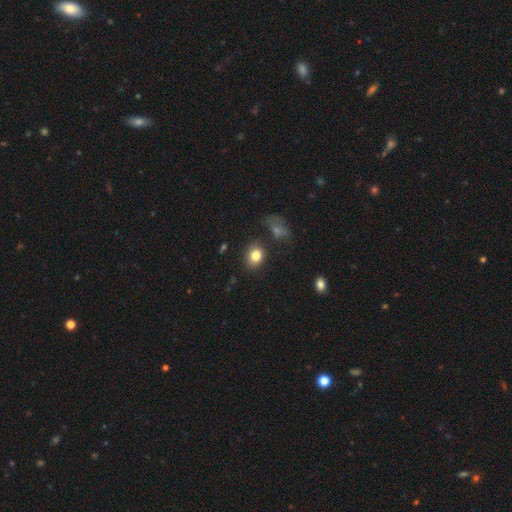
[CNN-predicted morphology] This is clearly a smooth galaxy (81%). How rounded: possibly in between (53%). Merging: likely none (78%).